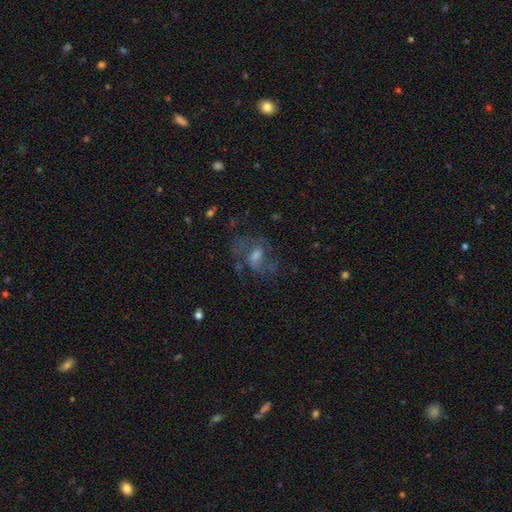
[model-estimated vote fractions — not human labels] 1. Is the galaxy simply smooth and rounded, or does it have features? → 62% featured or disk, 21% star or artifact, 17% smooth.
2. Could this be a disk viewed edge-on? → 96% no, 4% yes.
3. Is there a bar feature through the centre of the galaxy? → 45% weak, 43% no, 12% strong.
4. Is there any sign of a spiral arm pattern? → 80% yes, 20% no.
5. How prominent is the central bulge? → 47% moderate, 31% small, 10% none, 10% large, 2% dominant.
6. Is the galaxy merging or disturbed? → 63% none, 18% major disturbance, 17% minor disturbance, 2% merger.